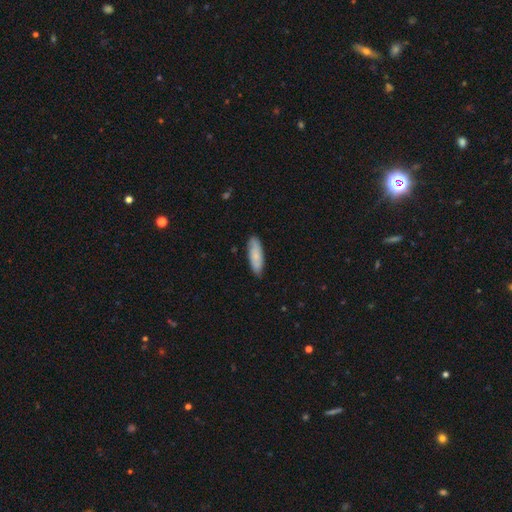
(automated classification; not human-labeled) A smooth galaxy with no disk features (73%) that is in between round and cigar-shaped (54%).

Vote fractions:
- Smooth or featured? smooth: 73% / featured or disk: 22% / star or artifact: 6%
- How rounded? in between: 54% / cigar-shaped: 44% / round: 2%
- Merging? none: 84% / minor disturbance: 13% / major disturbance: 2% / merger: 1%